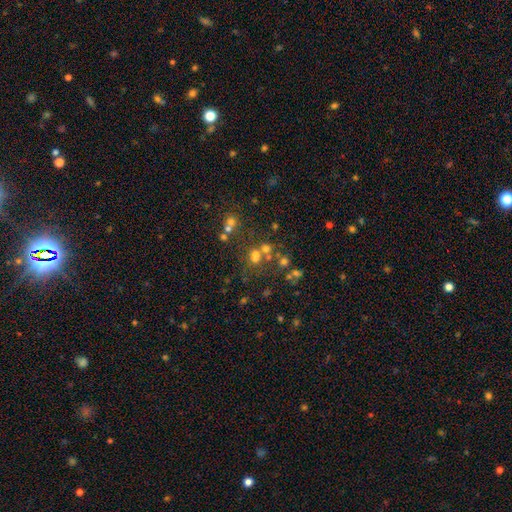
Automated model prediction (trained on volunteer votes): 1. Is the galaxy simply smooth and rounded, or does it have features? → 52% smooth, 32% star or artifact, 17% featured or disk.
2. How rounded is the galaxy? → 72% round, 26% in between, 1% cigar-shaped.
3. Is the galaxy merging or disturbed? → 54% none, 29% merger, 10% minor disturbance, 7% major disturbance.